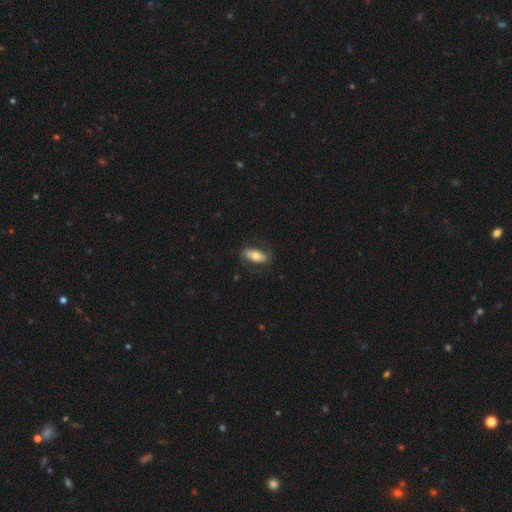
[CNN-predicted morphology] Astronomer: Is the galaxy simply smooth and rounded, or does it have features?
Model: smooth — 58% (runner-up: featured or disk, 35%).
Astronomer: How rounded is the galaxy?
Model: in between — 84%.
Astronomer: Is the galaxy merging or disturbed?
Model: none — 75%.